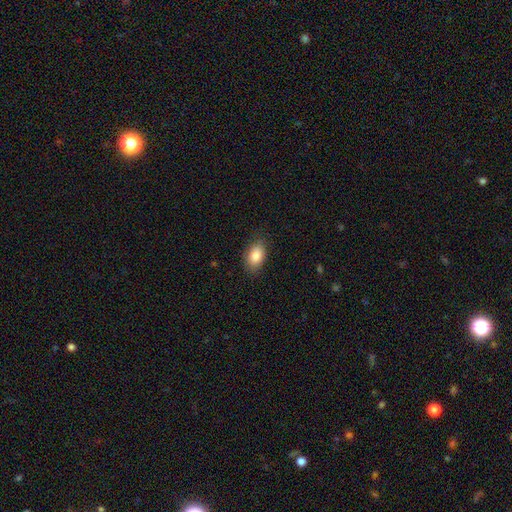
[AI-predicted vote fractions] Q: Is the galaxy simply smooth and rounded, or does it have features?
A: smooth — 85%.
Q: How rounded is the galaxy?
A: in between — 87%.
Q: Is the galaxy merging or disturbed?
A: none — 81%.